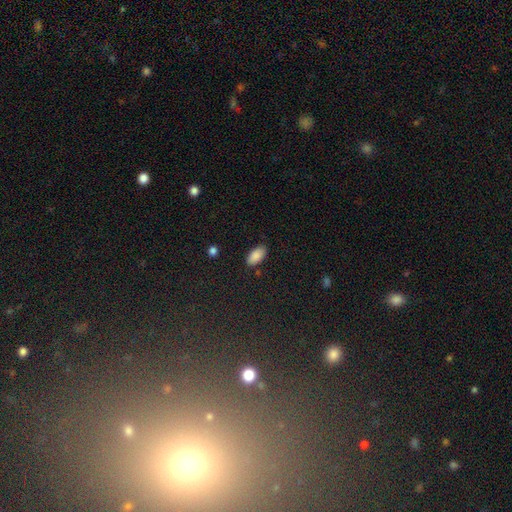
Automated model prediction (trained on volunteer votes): smooth 88%, star or artifact 8%, featured or disk 5%. Down the decision tree: how rounded — in between (93%); merging — none (84%).